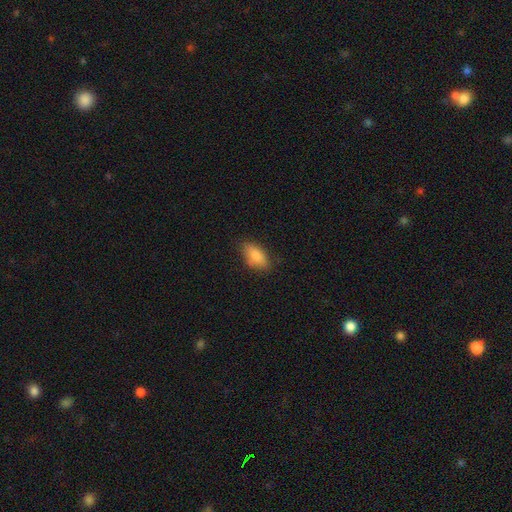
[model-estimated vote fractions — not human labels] Morphology: type=smooth (82%); roundness=in between (88%); merging=none (78%).